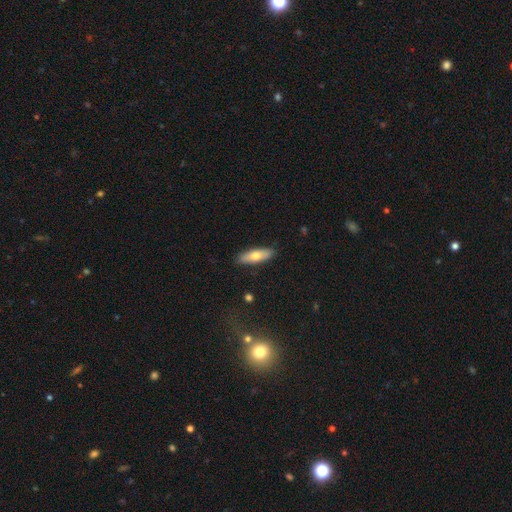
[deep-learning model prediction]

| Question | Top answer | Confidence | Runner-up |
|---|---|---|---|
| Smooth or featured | smooth | 66% | featured or disk (28%) |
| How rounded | in between | 54% | cigar-shaped (44%) |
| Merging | none | 88% | minor disturbance (9%) |